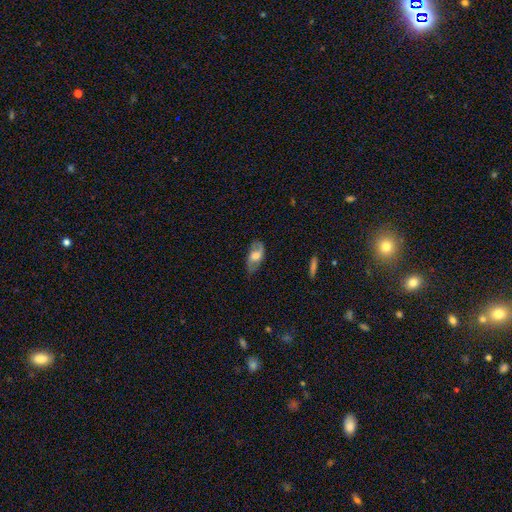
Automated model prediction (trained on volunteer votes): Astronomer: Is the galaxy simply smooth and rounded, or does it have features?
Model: featured or disk — 49% (runner-up: smooth, 44%).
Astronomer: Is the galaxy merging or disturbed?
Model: none — 68%.